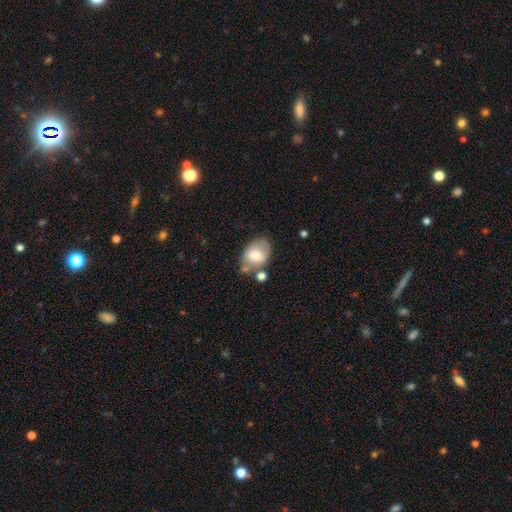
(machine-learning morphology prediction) A smooth galaxy with no disk features (68%) that is in between round and cigar-shaped (75%).

Vote fractions:
- Smooth or featured? smooth: 68% / featured or disk: 25% / star or artifact: 7%
- How rounded? in between: 75% / round: 23% / cigar-shaped: 1%
- Merging? none: 54% / minor disturbance: 22% / merger: 16% / major disturbance: 8%